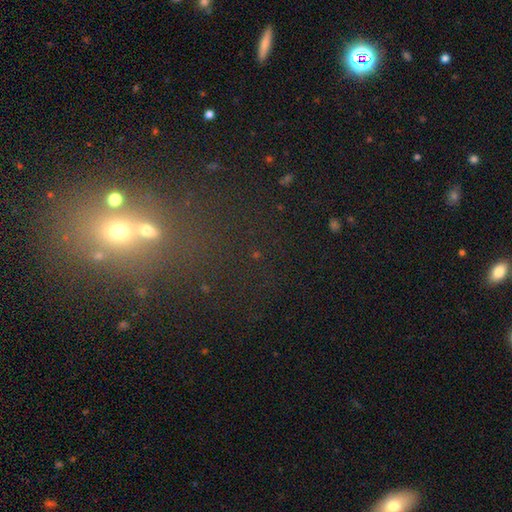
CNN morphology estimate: type=star or artifact (51%).